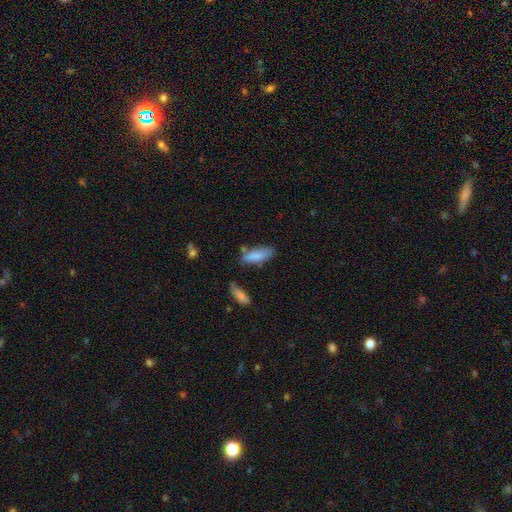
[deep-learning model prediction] A smooth galaxy with no disk features (83%) that is in between round and cigar-shaped (62%). Merging: none (63%).